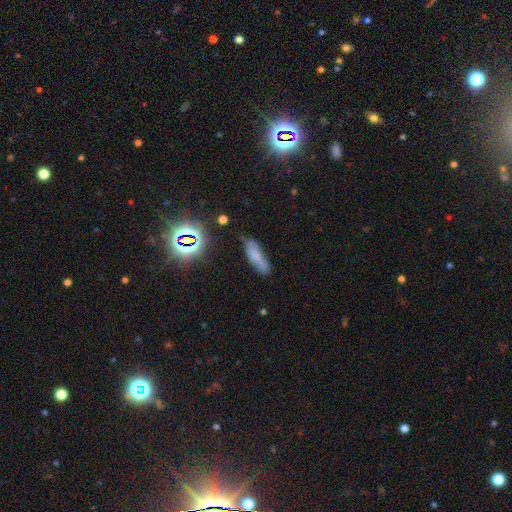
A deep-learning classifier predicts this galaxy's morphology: smooth-or-featured: smooth: 64% | featured or disk: 19% | star or artifact: 17%
  how-rounded: cigar-shaped: 54% | in between: 42% | round: 3%
  merging: none: 62% | minor disturbance: 26% | major disturbance: 8% | merger: 4%